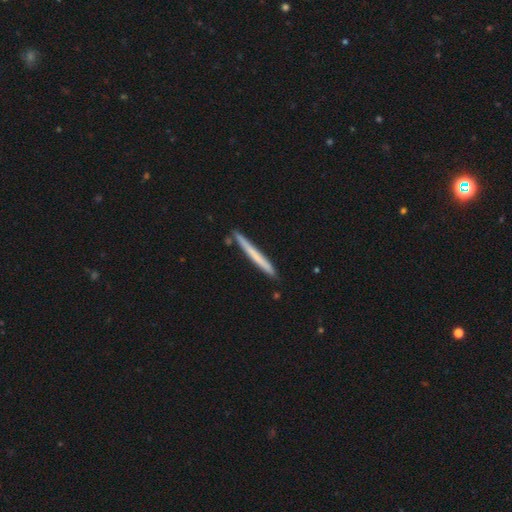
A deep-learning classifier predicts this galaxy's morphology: smooth-or-featured: smooth: 59% | featured or disk: 36% | star or artifact: 6%
  how-rounded: cigar-shaped: 97% | in between: 2% | round: 1%
  merging: none: 87% | minor disturbance: 9% | merger: 2% | major disturbance: 1%